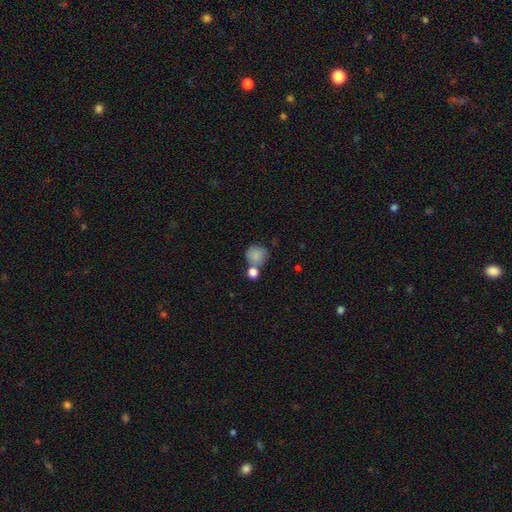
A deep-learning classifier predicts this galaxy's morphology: Smooth or featured: smooth — 83% (star or artifact — 9%)
How rounded: round — 84% (in between — 15%)
Merging: none — 52% (merger — 29%)